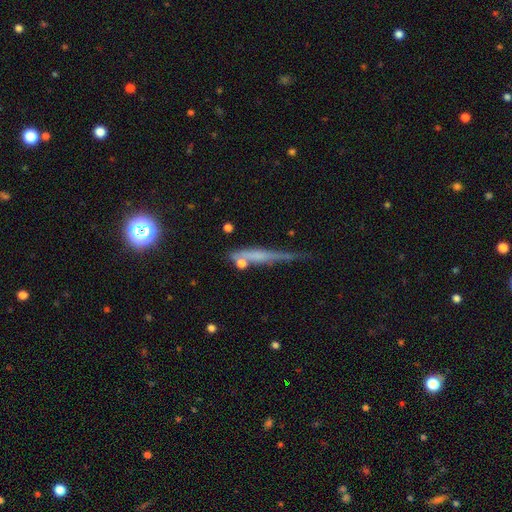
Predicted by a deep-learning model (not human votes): Smooth or featured? Predicted: featured or disk (p=0.46). Merging? Predicted: none (p=0.44).